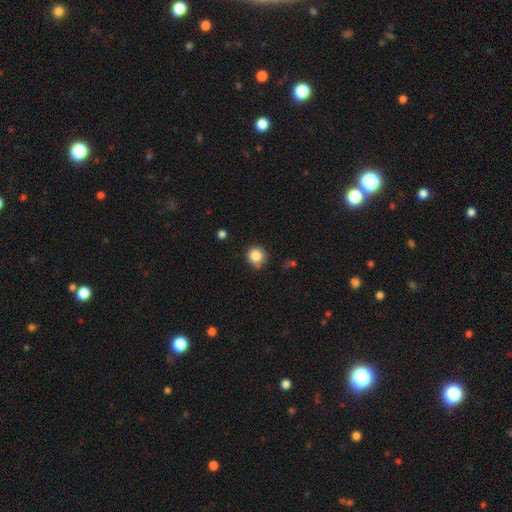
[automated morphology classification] This appears to be a smooth galaxy with no disk features (85%) that is round (92%). Merging: none (77%).